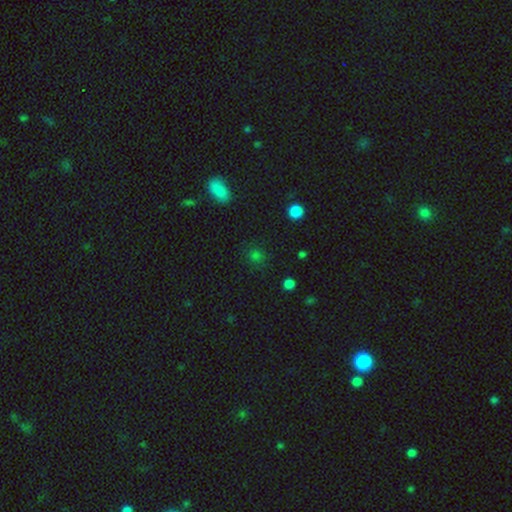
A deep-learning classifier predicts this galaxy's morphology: The model was most divided on "smooth or featured": smooth: 69%, star or artifact: 26%, featured or disk: 5%. More confident: merging — none (82%); how rounded — round (82%).